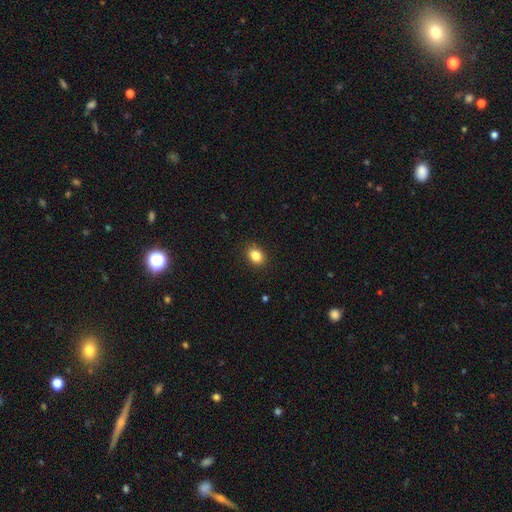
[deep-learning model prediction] smooth 85%, star or artifact 10%, featured or disk 5%. Down the decision tree: how rounded — in between (62%); merging — none (89%).